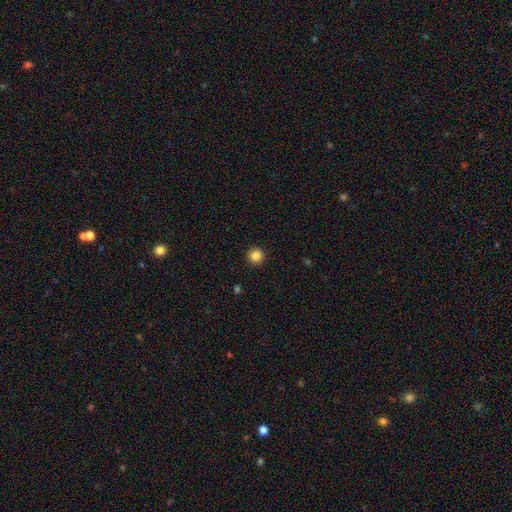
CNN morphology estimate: smooth-or-featured: smooth: 85% | star or artifact: 11% | featured or disk: 4%
  how-rounded: round: 96% | in between: 3% | cigar-shaped: 1%
  merging: none: 93% | minor disturbance: 4% | major disturbance: 2% | merger: 1%